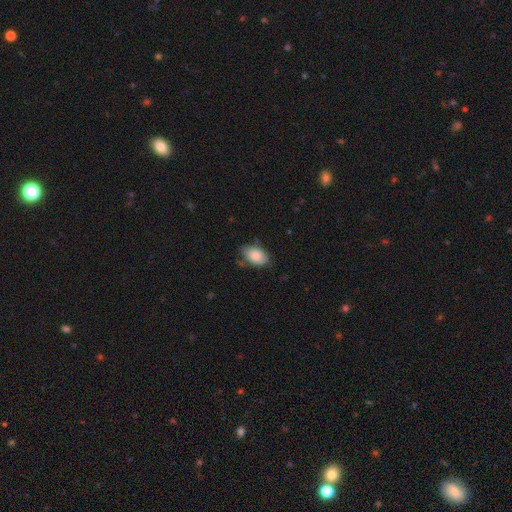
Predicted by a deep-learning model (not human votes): smooth-or-featured: smooth: 83% | featured or disk: 10% | star or artifact: 7%
  how-rounded: in between: 89% | round: 10% | cigar-shaped: 1%
  merging: none: 62% | minor disturbance: 29% | major disturbance: 7% | merger: 3%